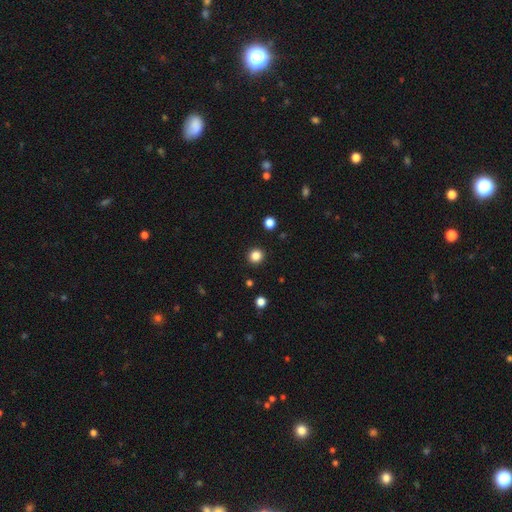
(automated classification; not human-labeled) This appears to be a smooth galaxy with no disk features (84%) that is round (93%). Merging: none (93%).